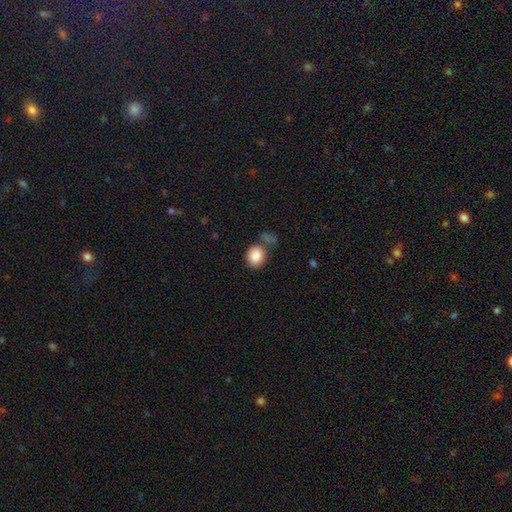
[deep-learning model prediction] Overall: smooth (87%). How rounded: round (57%; in between 42%). Merging: none (59%).